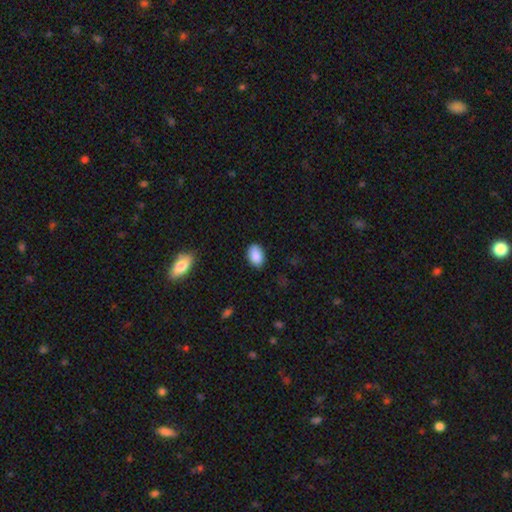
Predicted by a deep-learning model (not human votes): smooth_or_featured: smooth (p=0.88) [alt: star or artifact p=0.07]
how_rounded: in between (p=0.88) [alt: round p=0.11]
merging: none (p=0.83) [alt: minor disturbance p=0.13]